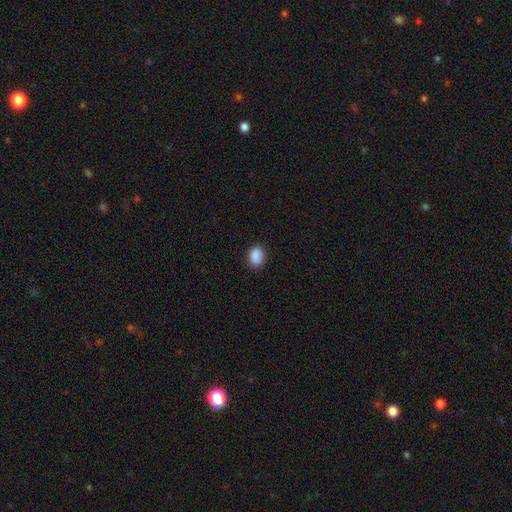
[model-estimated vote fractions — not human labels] Smooth or featured: smooth — 88% (star or artifact — 9%)
How rounded: in between — 70% (round — 29%)
Merging: none — 83% (minor disturbance — 13%)